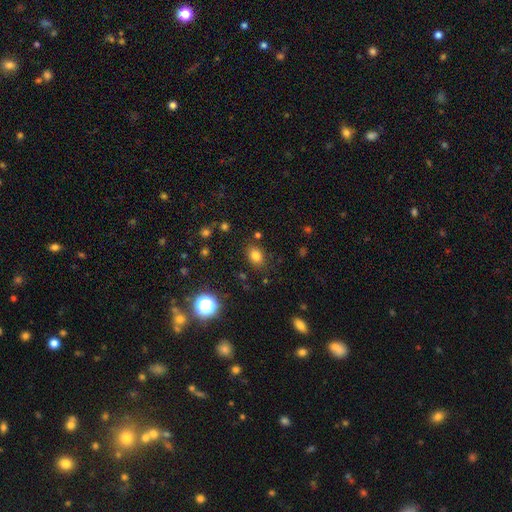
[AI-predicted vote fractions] Morphology: type=smooth (79%); roundness=in between (69%); merging=none (83%).